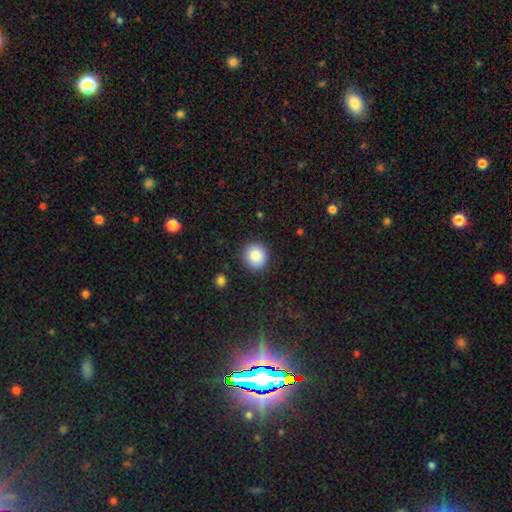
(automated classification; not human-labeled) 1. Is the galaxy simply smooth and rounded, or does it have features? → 87% smooth, 9% star or artifact, 4% featured or disk.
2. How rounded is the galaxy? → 90% round, 9% in between, 1% cigar-shaped.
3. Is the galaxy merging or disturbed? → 89% none, 7% minor disturbance, 2% major disturbance, 1% merger.